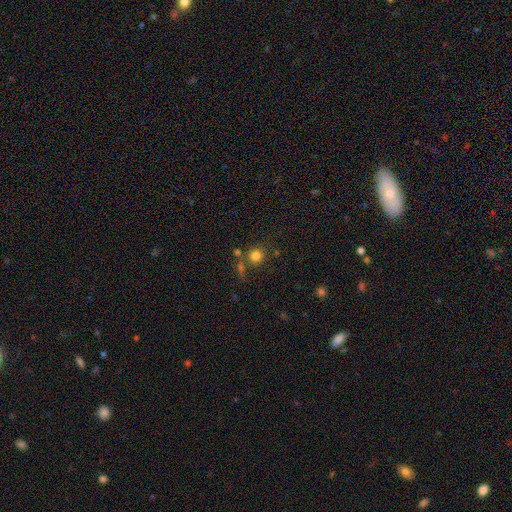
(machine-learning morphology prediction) type=smooth (78%); roundness=round (91%); merging=none (71%).